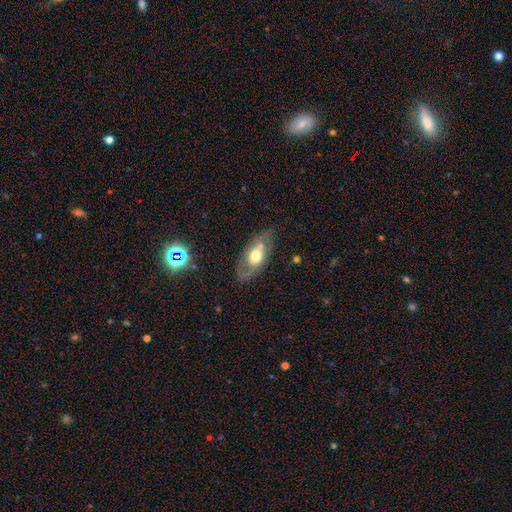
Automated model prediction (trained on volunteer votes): Overall: featured or disk (54%; smooth 39%). Edge-on disk: no (83%). Merging: none (70%).